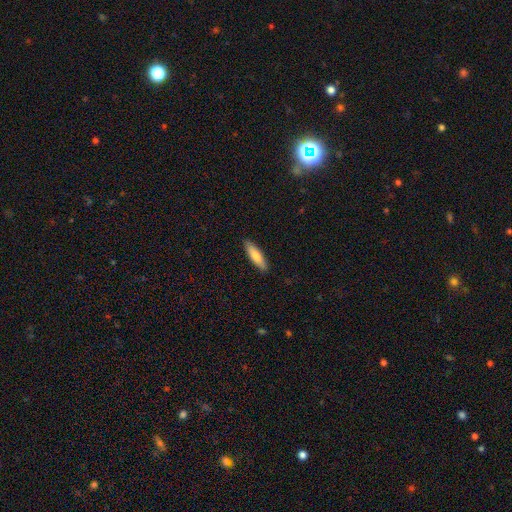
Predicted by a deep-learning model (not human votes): Q: Smooth or featured?
A: smooth (77%); runner-up: featured or disk (17%)
Q: How rounded?
A: cigar-shaped (69%); runner-up: in between (29%)
Q: Merging?
A: none (90%); runner-up: minor disturbance (8%)